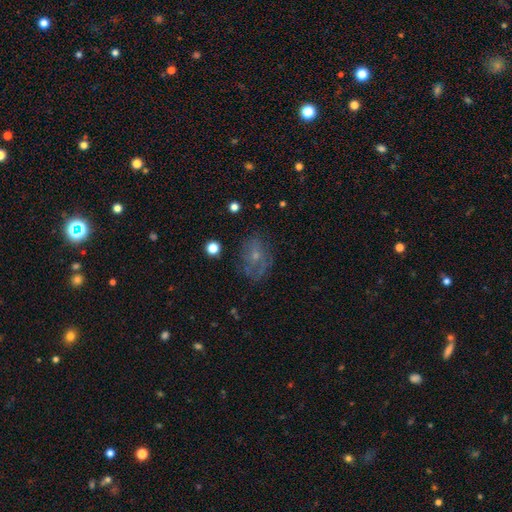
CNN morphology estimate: featured or disk 45%, smooth 40%, star or artifact 15%. Down the decision tree: merging — none (62%).